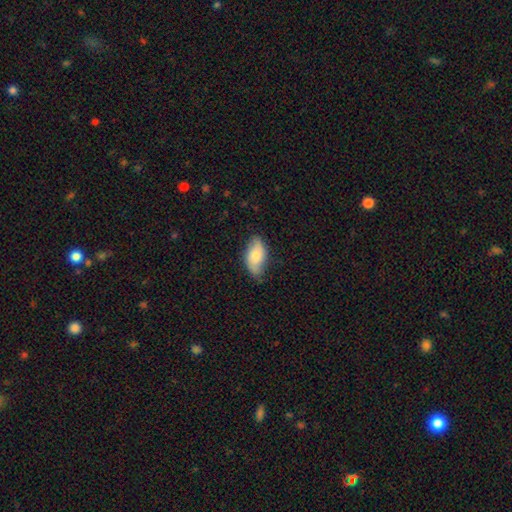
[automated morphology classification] This appears to be a smooth galaxy with no disk features (73%) that is in between round and cigar-shaped (93%). Merging: none (66%).